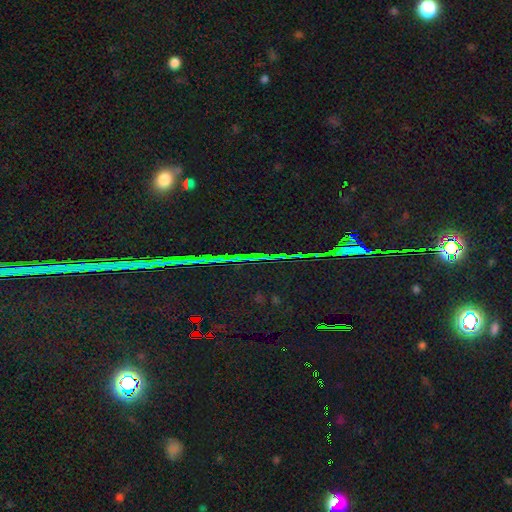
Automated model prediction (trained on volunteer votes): This is clearly a star or artifact rather than a galaxy (83%).